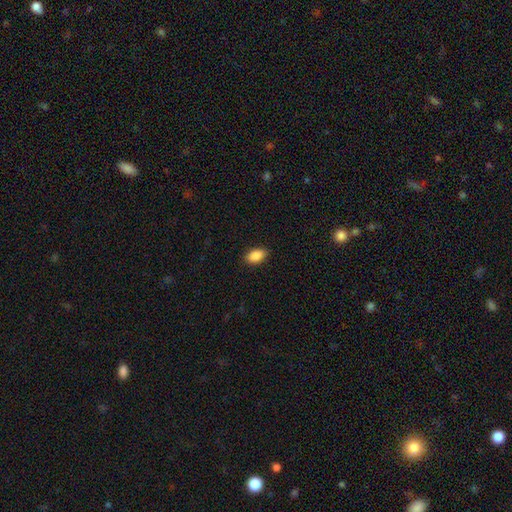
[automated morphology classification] Smooth or featured? Predicted: smooth (p=0.88). How rounded? Predicted: in between (p=0.92). Merging? Predicted: none (p=0.88).